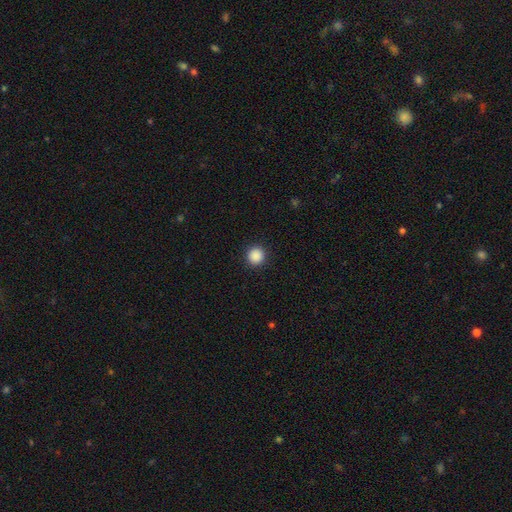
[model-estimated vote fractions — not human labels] A smooth galaxy with no disk features (89%) that is round (95%). Merging: none (93%).